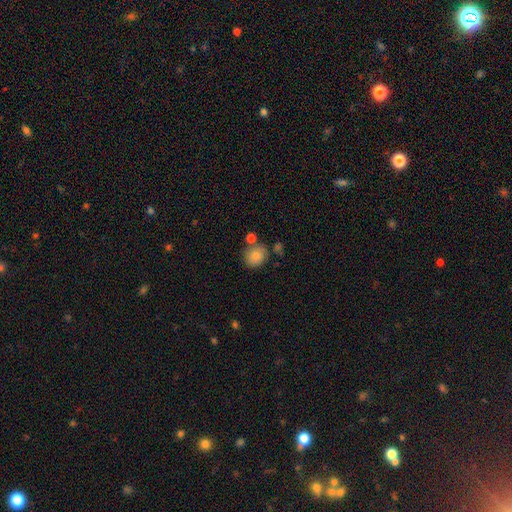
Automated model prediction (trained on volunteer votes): Smooth or featured: smooth — 84% (star or artifact — 9%)
How rounded: round — 71% (in between — 28%)
Merging: none — 67% (minor disturbance — 15%)